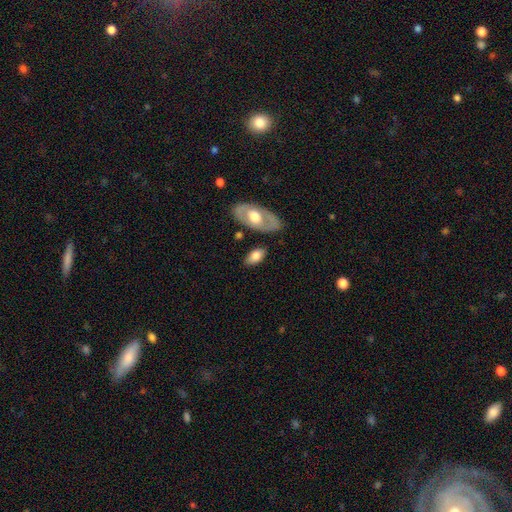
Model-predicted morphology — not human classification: Smooth or featured?
  - smooth: 68% *
  - featured or disk: 26%
  - star or artifact: 6%
How rounded?
  - in between: 92% *
  - round: 4%
  - cigar-shaped: 4%
Merging?
  - none: 77% *
  - minor disturbance: 14%
  - merger: 6%
  - major disturbance: 4%